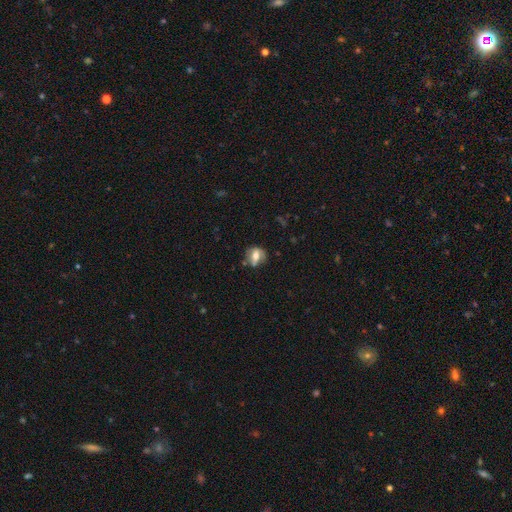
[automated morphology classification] A smooth galaxy with no disk features (49%).

Vote fractions:
- Smooth or featured? smooth: 49% / featured or disk: 42% / star or artifact: 9%
- Merging? none: 62% / minor disturbance: 23% / major disturbance: 9% / merger: 6%